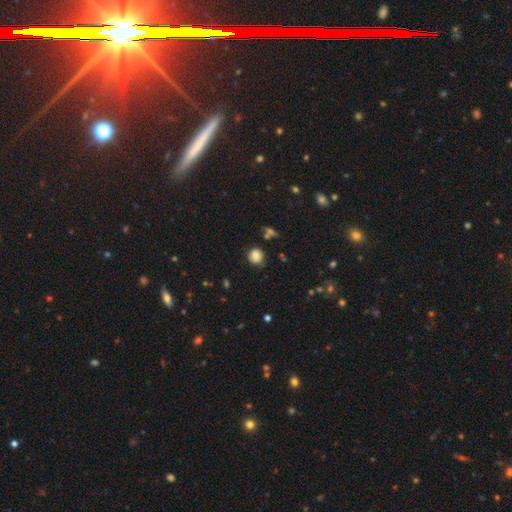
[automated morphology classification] This is clearly a smooth galaxy (80%). How rounded: clearly round (88%). Merging: likely none (78%).